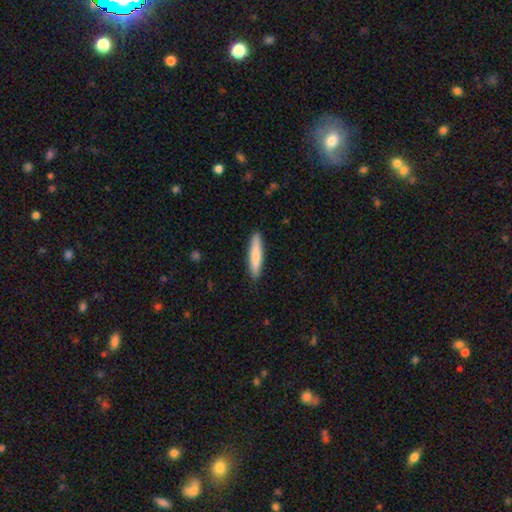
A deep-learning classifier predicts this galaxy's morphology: Smooth or featured? smooth (73%)
How rounded? cigar-shaped (89%)
Merging? none (90%)